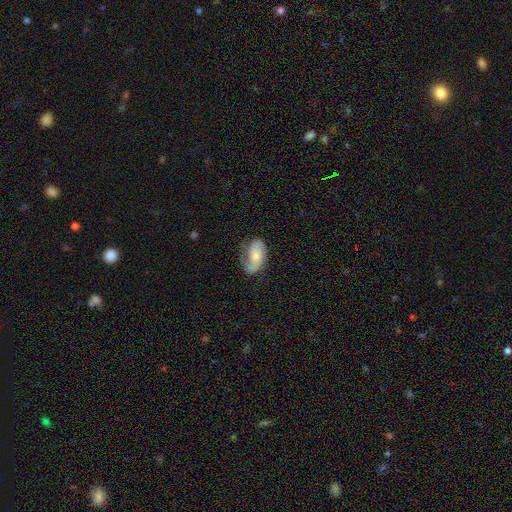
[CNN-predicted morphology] Smooth or featured?
  - featured or disk: 51% *
  - smooth: 43%
  - star or artifact: 7%
Edge-on disk?
  - no: 95% *
  - yes: 5%
Merging?
  - none: 56% *
  - minor disturbance: 29%
  - major disturbance: 14%
  - merger: 2%